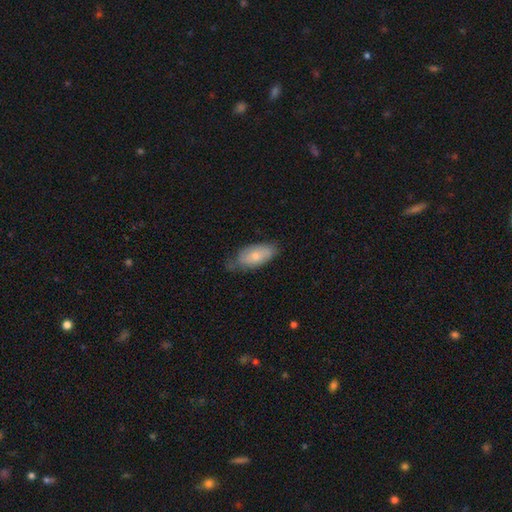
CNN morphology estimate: Smooth or featured?
  - smooth: 69% *
  - featured or disk: 25%
  - star or artifact: 6%
How rounded?
  - in between: 90% *
  - cigar-shaped: 7%
  - round: 3%
Merging?
  - none: 56% *
  - minor disturbance: 34%
  - major disturbance: 8%
  - merger: 2%